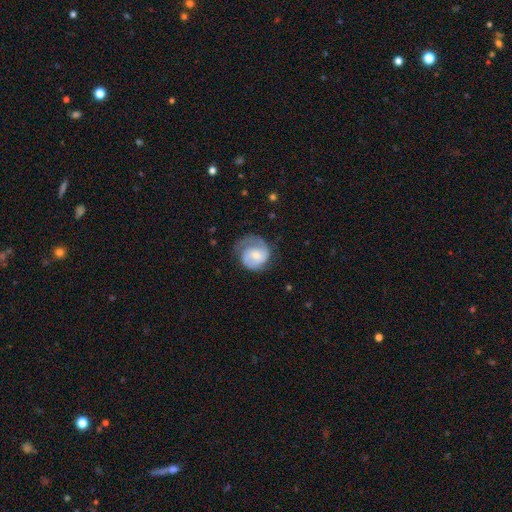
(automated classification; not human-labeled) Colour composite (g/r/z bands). It shows a featured or disk galaxy (68%) with no bar (50%), 2 (64%) tight (43%) spiral arms (91%) and a small central bulge (47%). Merging: none (55%).